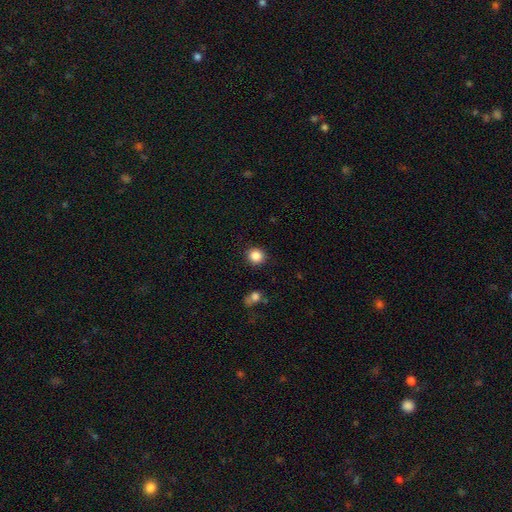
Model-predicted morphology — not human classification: Smooth or featured? smooth (86%)
How rounded? round (89%)
Merging? none (89%)